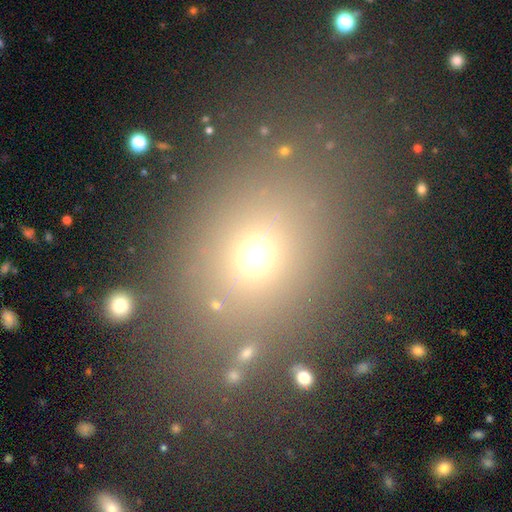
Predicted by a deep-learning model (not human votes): The model was most divided on "how rounded": in between: 49%, round: 48%, cigar-shaped: 2%. More confident: merging — none (78%); smooth or featured — smooth (65%).